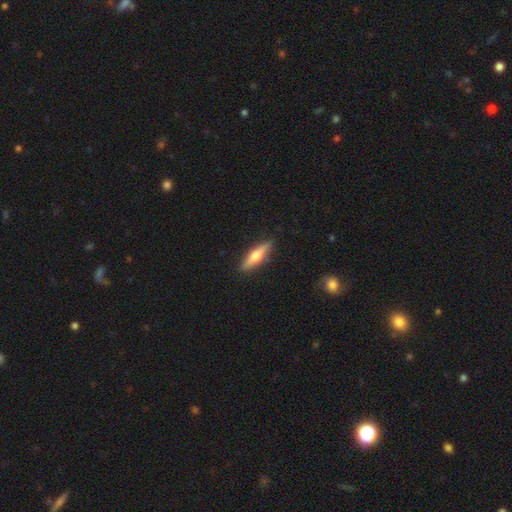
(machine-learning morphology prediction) A featured or disk galaxy (48%).

Vote fractions:
- Smooth or featured? featured or disk: 48% / smooth: 46% / star or artifact: 6%
- Merging? none: 89% / minor disturbance: 8% / major disturbance: 2% / merger: 1%